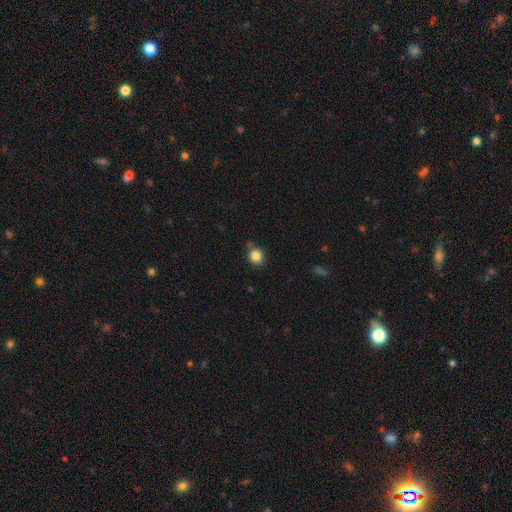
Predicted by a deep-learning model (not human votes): Smooth or featured? Predicted: smooth (p=0.84). How rounded? Predicted: round (p=0.80). Merging? Predicted: none (p=0.74).